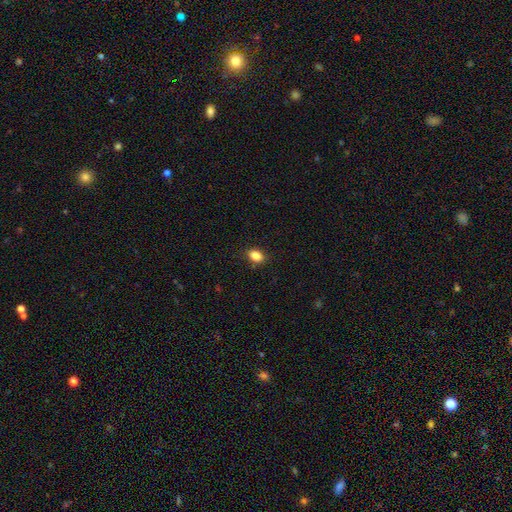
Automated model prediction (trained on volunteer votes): Morphology: type=smooth (86%); roundness=in between (77%); merging=none (87%).